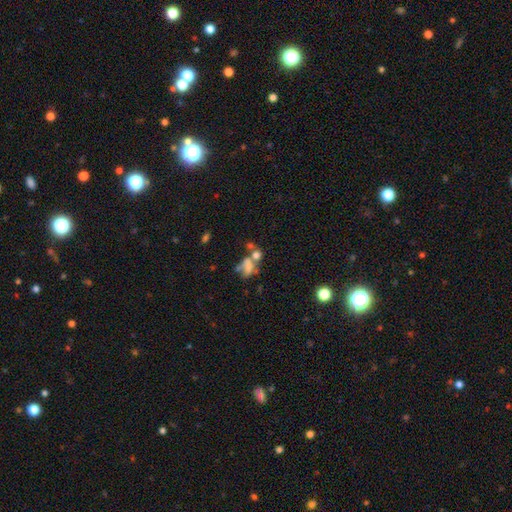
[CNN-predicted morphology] smooth_or_featured: smooth (p=0.59) [alt: featured or disk p=0.24]
how_rounded: in between (p=0.65) [alt: round p=0.32]
merging: merger (p=0.45) [alt: none p=0.25]